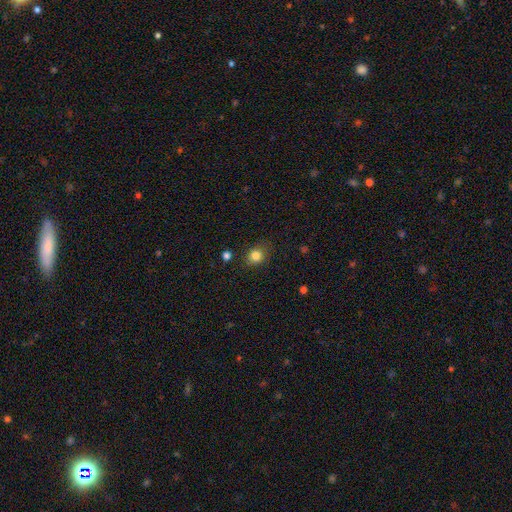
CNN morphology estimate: Smooth or featured?
  - smooth: 83% *
  - star or artifact: 11%
  - featured or disk: 6%
How rounded?
  - round: 72% *
  - in between: 27%
  - cigar-shaped: 1%
Merging?
  - none: 81% *
  - minor disturbance: 14%
  - major disturbance: 4%
  - merger: 2%